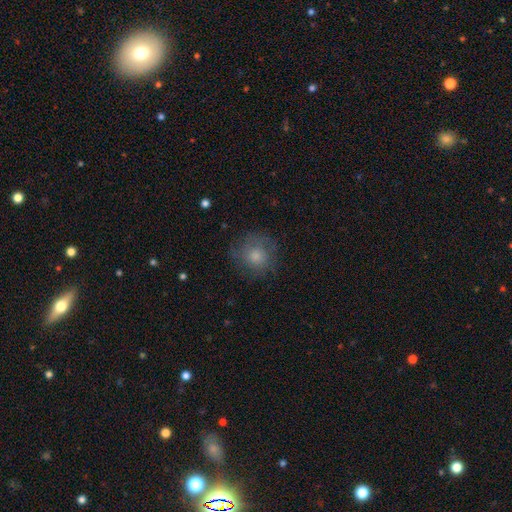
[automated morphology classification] type=smooth (62%); roundness=round (90%); merging=none (77%).